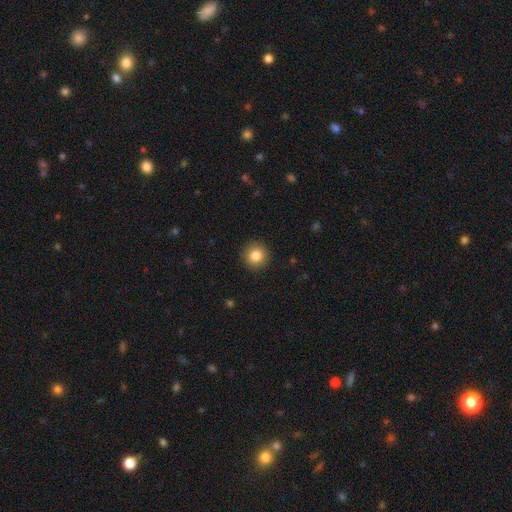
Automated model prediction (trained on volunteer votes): This appears to be a smooth galaxy with no disk features (84%) that is round (94%). Merging: none (92%).